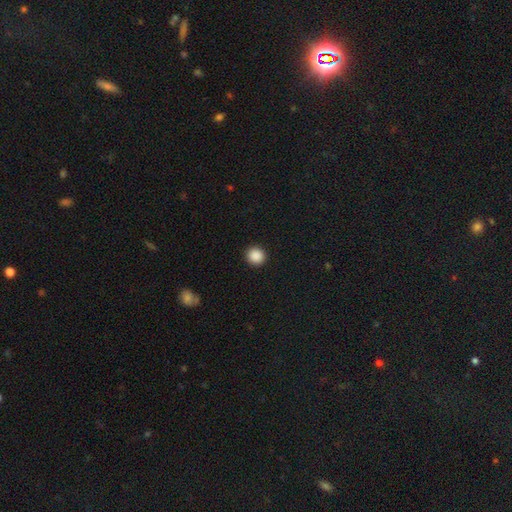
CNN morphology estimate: A smooth galaxy with no disk features (89%) that is round (93%).

Vote fractions:
- Smooth or featured? smooth: 89% / star or artifact: 9% / featured or disk: 2%
- How rounded? round: 93% / in between: 7% / cigar-shaped: 1%
- Merging? none: 92% / minor disturbance: 5% / major disturbance: 2% / merger: 1%